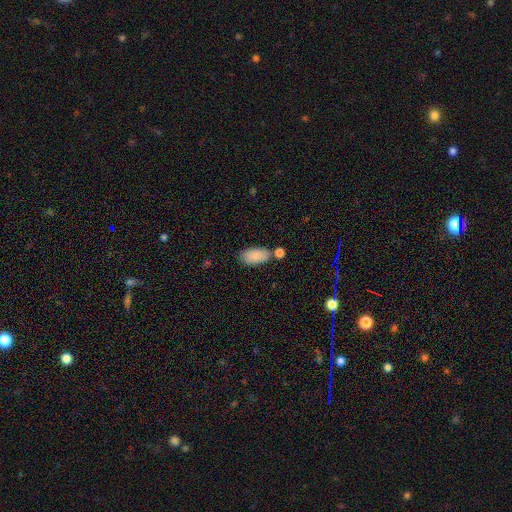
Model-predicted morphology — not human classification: This is clearly a smooth galaxy (86%). How rounded: clearly in between (93%). Merging: likely none (68%).